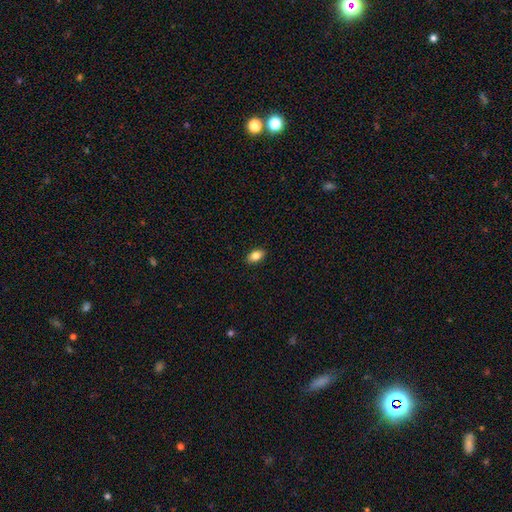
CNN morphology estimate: The model was most divided on "smooth or featured": smooth: 83%, featured or disk: 9%, star or artifact: 8%. More confident: merging — none (90%); how rounded — in between (90%).